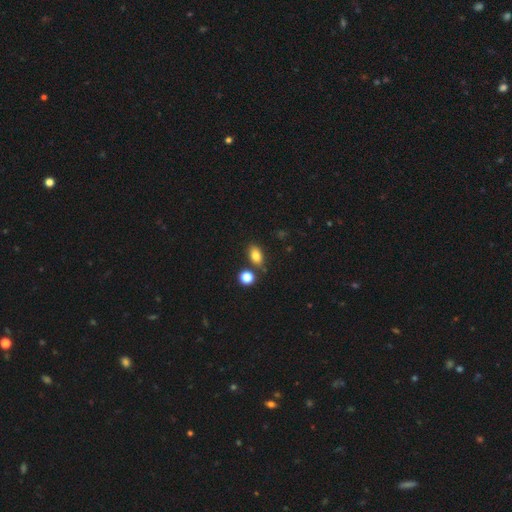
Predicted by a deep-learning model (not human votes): Morphology: type=smooth (81%); roundness=in between (83%); merging=none (75%).